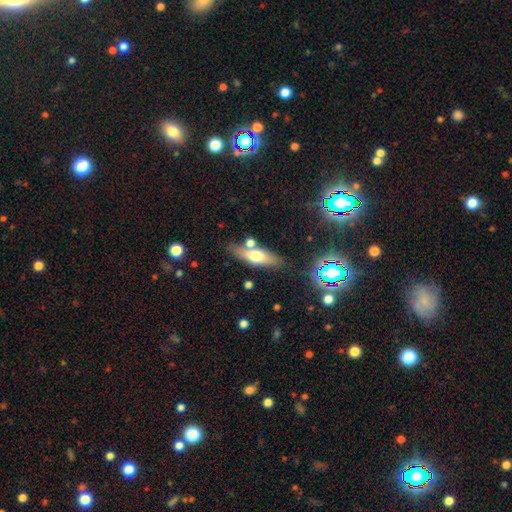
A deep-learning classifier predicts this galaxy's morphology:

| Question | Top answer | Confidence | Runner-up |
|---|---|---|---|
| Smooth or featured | smooth | 57% | featured or disk (34%) |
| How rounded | in between | 53% | cigar-shaped (44%) |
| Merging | none | 73% | minor disturbance (13%) |